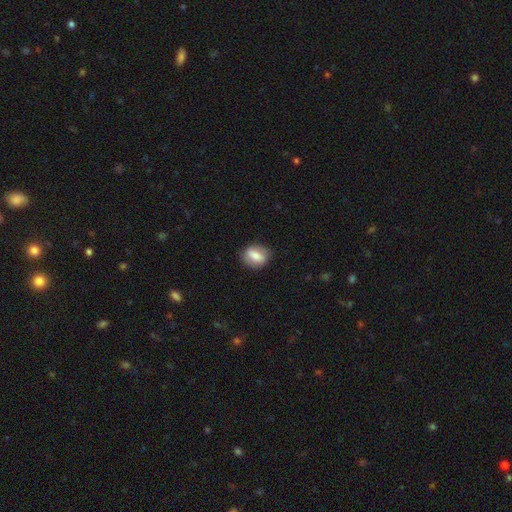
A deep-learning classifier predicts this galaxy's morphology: smooth 71%, featured or disk 22%, star or artifact 7%. Down the decision tree: how rounded — in between (57%); merging — none (83%).